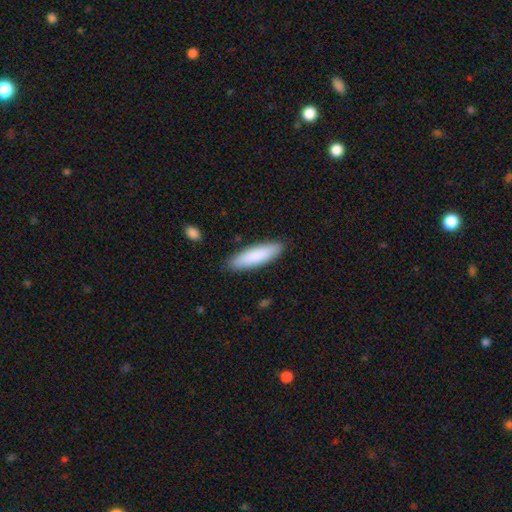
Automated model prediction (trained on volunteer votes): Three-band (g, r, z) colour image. It shows a smooth galaxy with no disk features (86%) that is cigar-shaped (63%). Merging: none (88%).